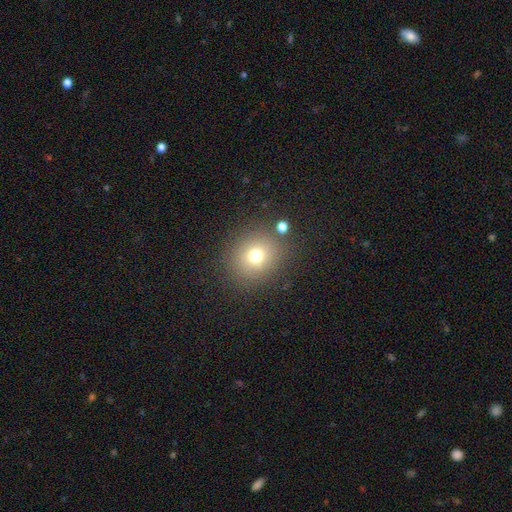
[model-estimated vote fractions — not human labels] A smooth galaxy with no disk features (72%) that is round (83%).

Vote fractions:
- Smooth or featured? smooth: 72% / star or artifact: 17% / featured or disk: 12%
- How rounded? round: 83% / in between: 16% / cigar-shaped: 1%
- Merging? none: 82% / minor disturbance: 9% / merger: 4% / major disturbance: 4%